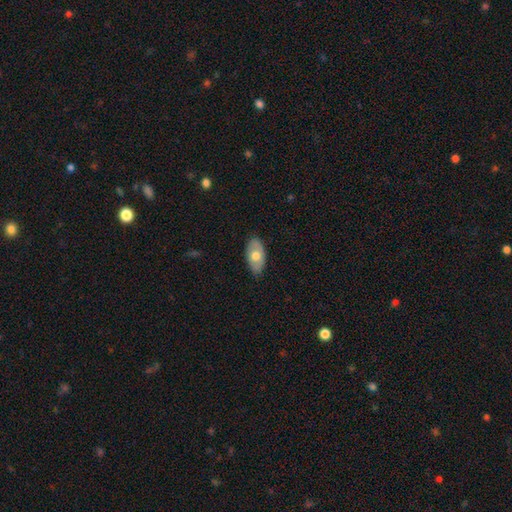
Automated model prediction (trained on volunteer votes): Smooth or featured: smooth — 62% (featured or disk — 32%)
How rounded: in between — 93% (round — 5%)
Merging: none — 81% (minor disturbance — 16%)